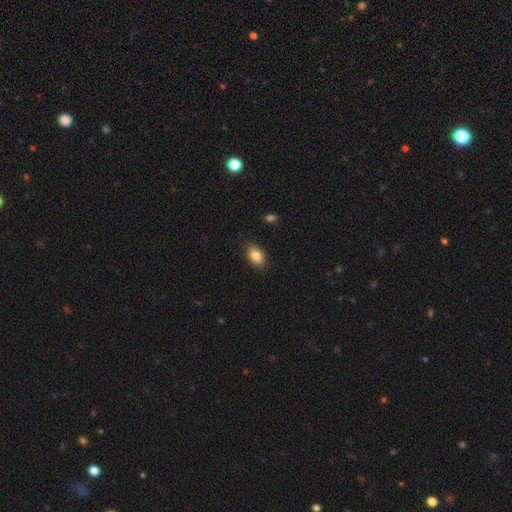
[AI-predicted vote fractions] smooth 85%, star or artifact 8%, featured or disk 7%. Down the decision tree: how rounded — in between (90%); merging — none (86%).